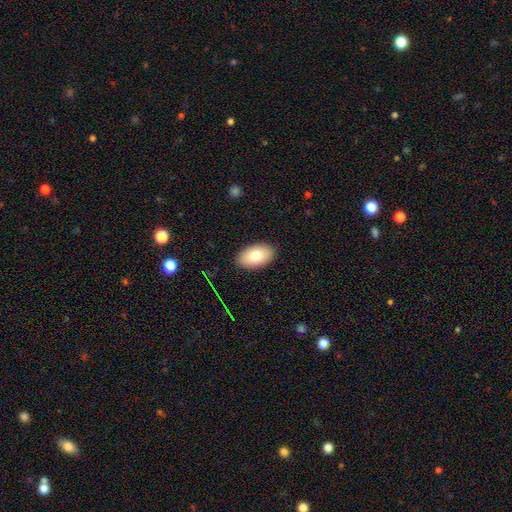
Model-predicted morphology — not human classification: Smooth or featured? smooth (77%)
How rounded? in between (94%)
Merging? none (89%)